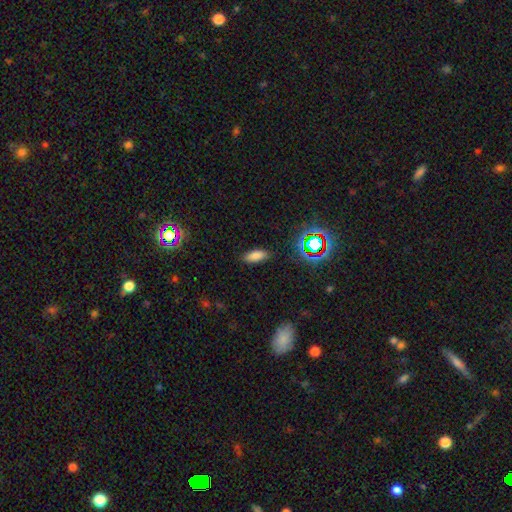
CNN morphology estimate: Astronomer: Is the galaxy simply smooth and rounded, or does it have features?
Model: smooth — 77%.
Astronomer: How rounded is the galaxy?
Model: in between — 80%.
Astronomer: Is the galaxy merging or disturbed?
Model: none — 87%.